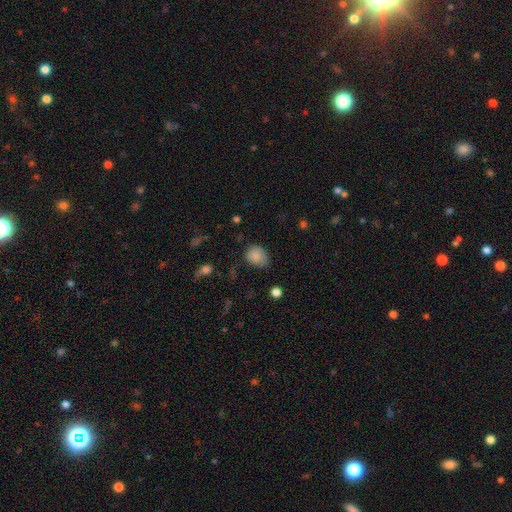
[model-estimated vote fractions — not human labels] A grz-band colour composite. It shows a smooth galaxy with no disk features (84%) that is round (51%). Merging: none (58%).